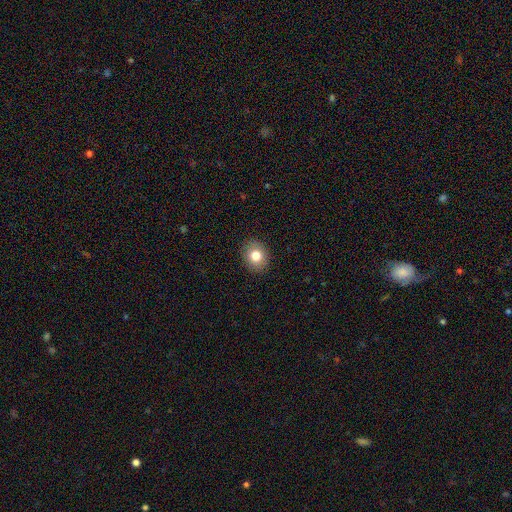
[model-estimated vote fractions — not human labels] Smooth or featured? smooth (80%)
How rounded? round (56%)
Merging? none (89%)